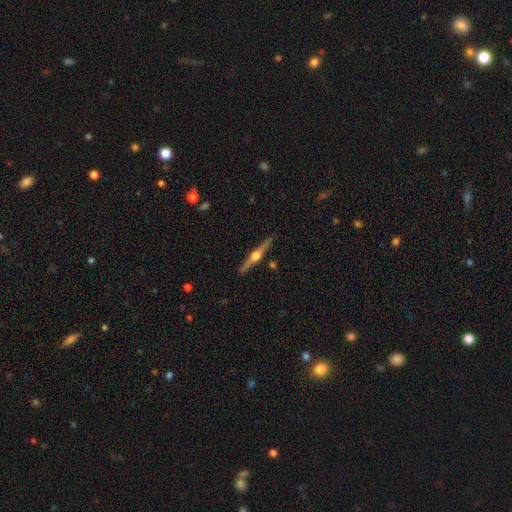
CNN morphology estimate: Q: Smooth or featured?
A: featured or disk (81%); runner-up: smooth (14%)
Q: Edge-on disk?
A: yes (98%); runner-up: no (2%)
Q: Edge-on bulge?
A: rounded (95%); runner-up: boxy (3%)
Q: Merging?
A: none (91%); runner-up: minor disturbance (6%)